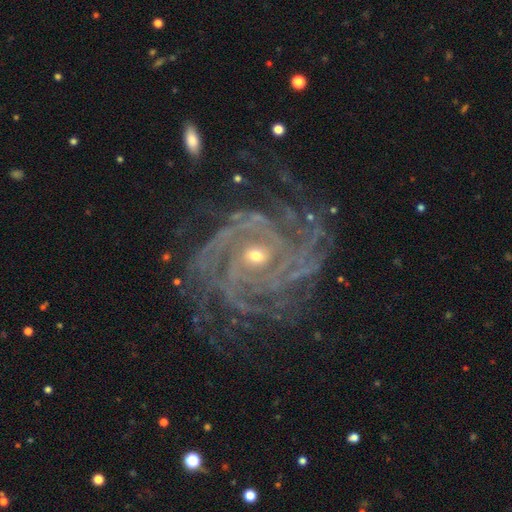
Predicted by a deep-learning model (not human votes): Q: Smooth or featured?
A: featured or disk (91%); runner-up: star or artifact (6%)
Q: Edge-on disk?
A: no (98%); runner-up: yes (2%)
Q: Bar?
A: no (56%); runner-up: weak (31%)
Q: Spiral arms?
A: yes (98%); runner-up: no (2%)
Q: Spiral winding?
A: tight (73%); runner-up: medium (23%)
Q: Spiral arm count?
A: 4 (21%); runner-up: more than 4 (20%)
Q: Bulge size?
A: small (63%); runner-up: moderate (34%)
Q: Merging?
A: none (76%); runner-up: minor disturbance (15%)